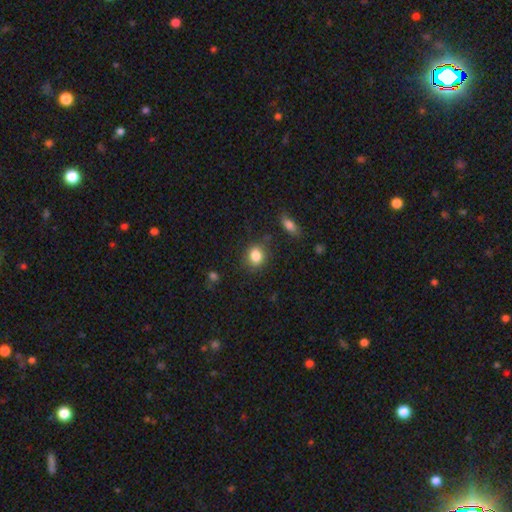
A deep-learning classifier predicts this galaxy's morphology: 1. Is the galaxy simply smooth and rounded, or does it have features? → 85% smooth, 9% star or artifact, 5% featured or disk.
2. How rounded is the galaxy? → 66% round, 33% in between, 1% cigar-shaped.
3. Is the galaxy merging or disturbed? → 82% none, 12% minor disturbance, 3% major disturbance, 3% merger.